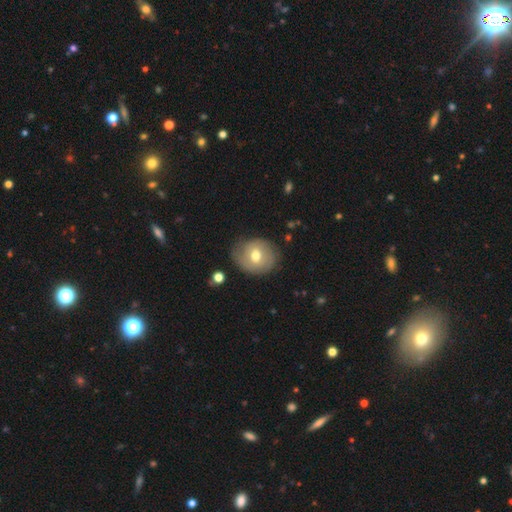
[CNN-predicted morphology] A smooth galaxy with no disk features (59%) that is round (68%).

Vote fractions:
- Smooth or featured? smooth: 59% / featured or disk: 33% / star or artifact: 8%
- How rounded? round: 68% / in between: 31% / cigar-shaped: 1%
- Merging? none: 72% / minor disturbance: 21% / major disturbance: 6% / merger: 2%